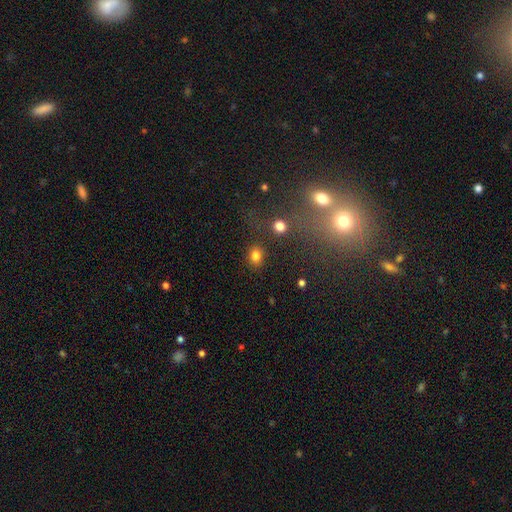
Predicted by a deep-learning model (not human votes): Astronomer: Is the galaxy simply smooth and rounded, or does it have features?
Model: smooth — 81%.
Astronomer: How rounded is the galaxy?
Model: round — 57% (runner-up: in between, 42%).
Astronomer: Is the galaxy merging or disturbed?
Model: none — 81%.